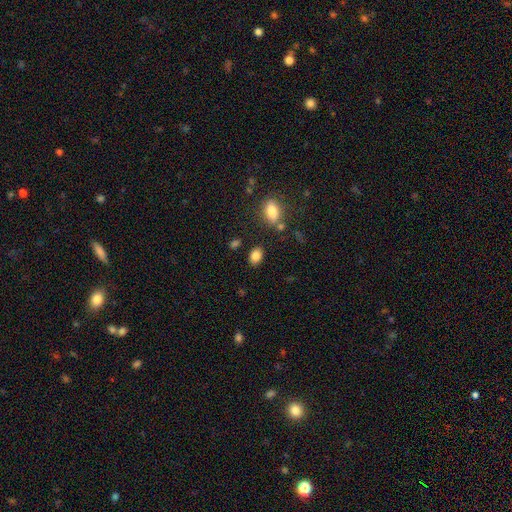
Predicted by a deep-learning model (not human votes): A smooth galaxy with no disk features (85%) that is in between round and cigar-shaped (81%).

Vote fractions:
- Smooth or featured? smooth: 85% / star or artifact: 9% / featured or disk: 6%
- How rounded? in between: 81% / round: 18% / cigar-shaped: 1%
- Merging? none: 82% / minor disturbance: 10% / merger: 4% / major disturbance: 3%